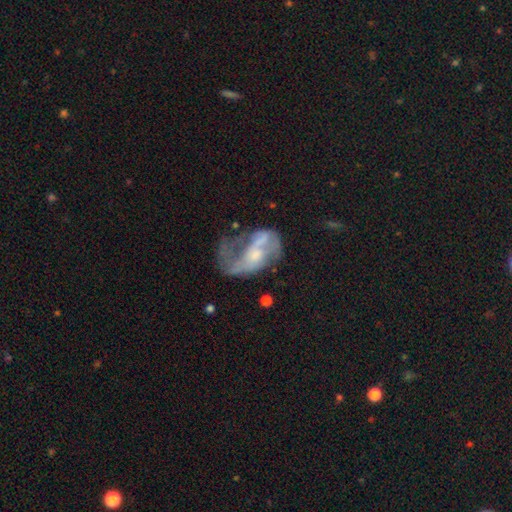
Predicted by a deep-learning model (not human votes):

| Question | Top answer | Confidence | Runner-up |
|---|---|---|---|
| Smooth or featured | featured or disk | 68% | smooth (24%) |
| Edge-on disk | no | 96% | yes (4%) |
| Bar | no | 60% | weak (31%) |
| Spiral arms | yes | 61% | no (39%) |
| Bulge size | small | 39% | moderate (34%) |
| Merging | major disturbance | 53% | none (19%) |